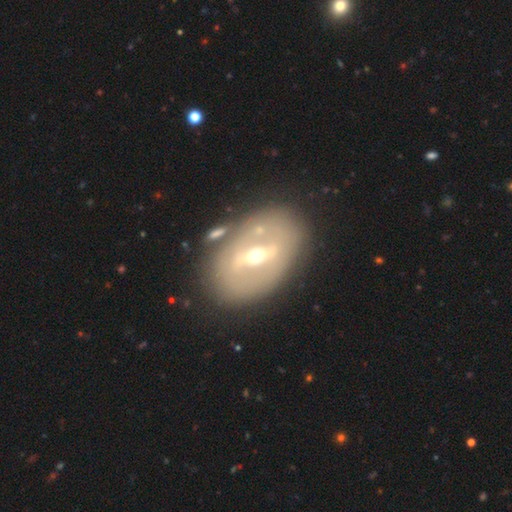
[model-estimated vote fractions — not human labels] Smooth or featured: featured or disk — 74% (smooth — 19%)
Edge-on disk: no — 91% (yes — 9%)
Bar: strong — 54% (weak — 34%)
Spiral arms: no — 63% (yes — 37%)
Bulge size: moderate — 55% (small — 40%)
Merging: none — 80% (minor disturbance — 12%)